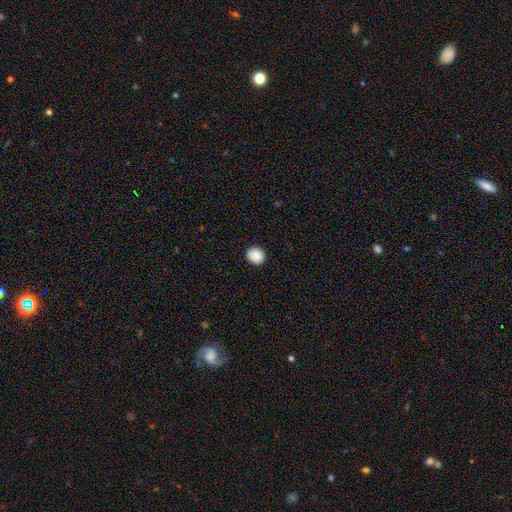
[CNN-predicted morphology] The model was most divided on "how rounded": round: 81%, in between: 18%, cigar-shaped: 1%. More confident: merging — none (89%); smooth or featured — smooth (87%).